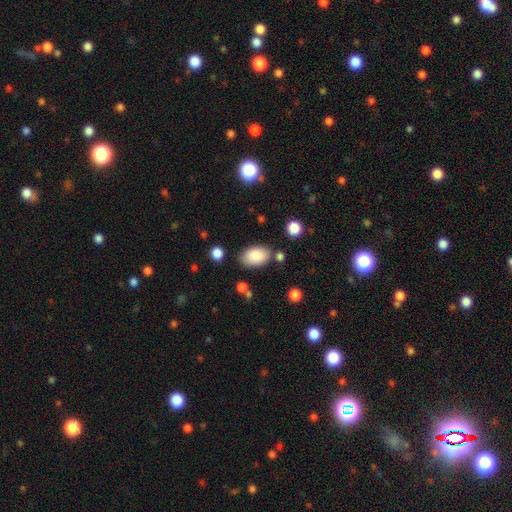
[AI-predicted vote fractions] smooth 86%, featured or disk 7%, star or artifact 7%. Down the decision tree: how rounded — in between (92%); merging — none (78%).